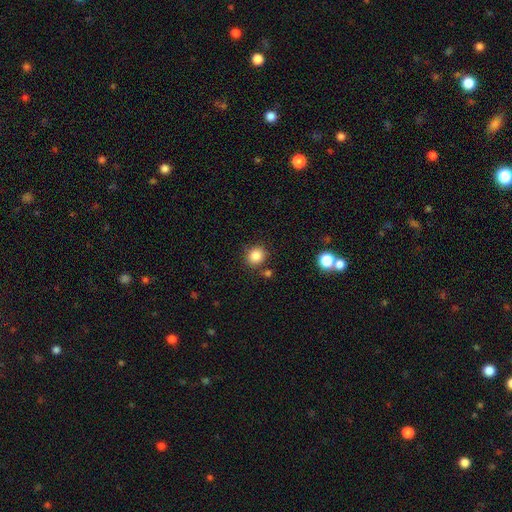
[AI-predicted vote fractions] smooth-or-featured: smooth: 86% | star or artifact: 10% | featured or disk: 4%
  how-rounded: round: 82% | in between: 17% | cigar-shaped: 1%
  merging: none: 82% | minor disturbance: 9% | merger: 5% | major disturbance: 3%